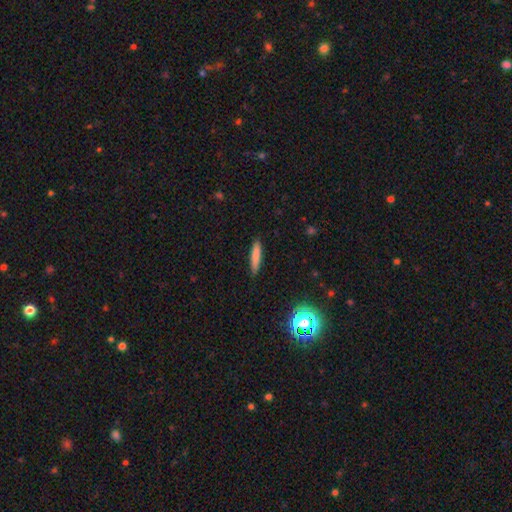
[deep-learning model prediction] Q: Smooth or featured?
A: smooth (78%); runner-up: featured or disk (14%)
Q: How rounded?
A: cigar-shaped (85%); runner-up: in between (13%)
Q: Merging?
A: none (88%); runner-up: minor disturbance (9%)